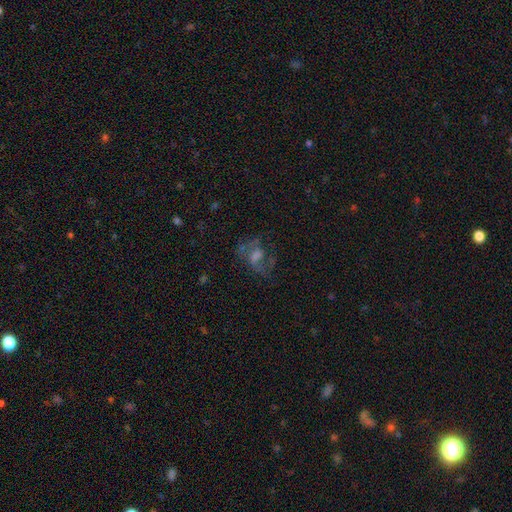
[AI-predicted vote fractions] Morphology: type=featured or disk (57%); edge-on=no (96%); bar=weak (44%); spiral arms=yes (69%); bulge=moderate (34%); merging=none (54%).